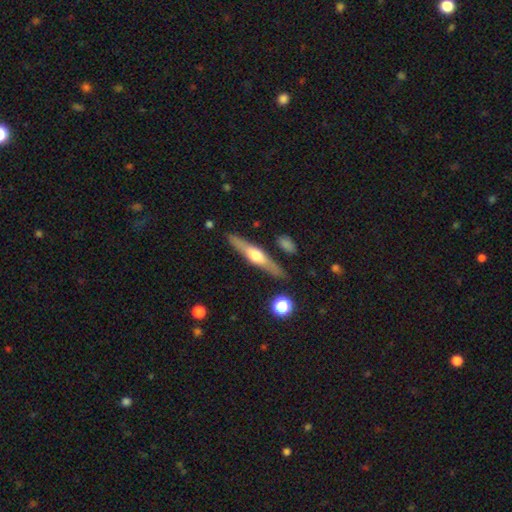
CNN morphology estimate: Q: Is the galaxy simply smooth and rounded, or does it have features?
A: featured or disk — 67%.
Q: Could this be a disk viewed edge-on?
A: yes — 95%.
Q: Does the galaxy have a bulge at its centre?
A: rounded — 92%.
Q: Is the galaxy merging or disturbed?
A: none — 87%.